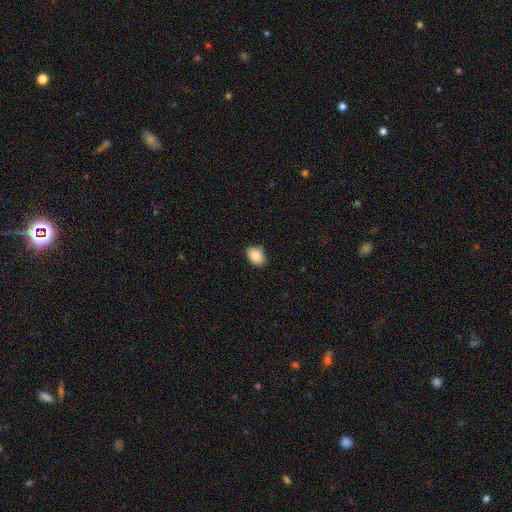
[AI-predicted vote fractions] Smooth or featured?
  - smooth: 88% *
  - star or artifact: 7%
  - featured or disk: 5%
How rounded?
  - in between: 84% *
  - round: 15%
  - cigar-shaped: 1%
Merging?
  - none: 85% *
  - minor disturbance: 12%
  - major disturbance: 2%
  - merger: 1%